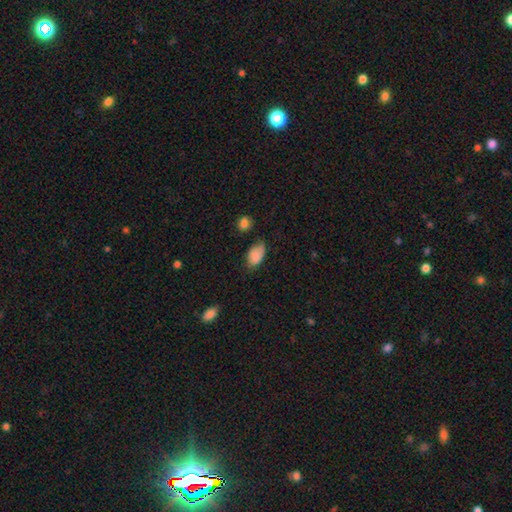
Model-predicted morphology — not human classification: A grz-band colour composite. It shows a smooth galaxy with no disk features (83%) that is in between round and cigar-shaped (91%). Merging: none (55%).